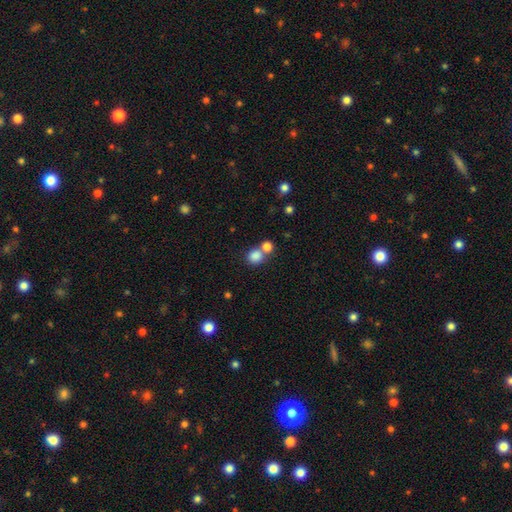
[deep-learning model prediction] Smooth or featured: smooth — 83% (star or artifact — 11%)
How rounded: round — 82% (in between — 17%)
Merging: none — 51% (merger — 39%)